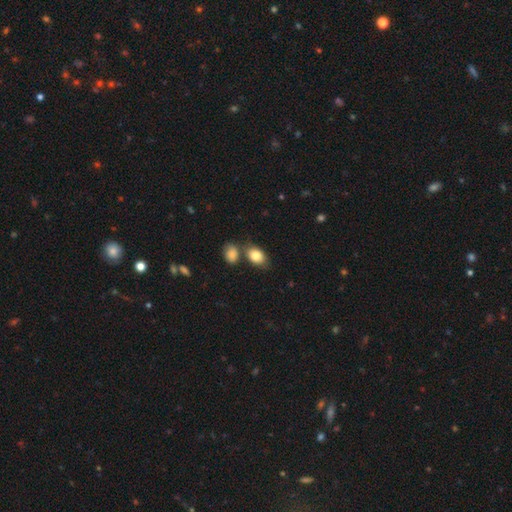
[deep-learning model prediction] Q: Smooth or featured?
A: smooth (84%); runner-up: featured or disk (9%)
Q: How rounded?
A: in between (84%); runner-up: round (14%)
Q: Merging?
A: none (60%); runner-up: merger (23%)